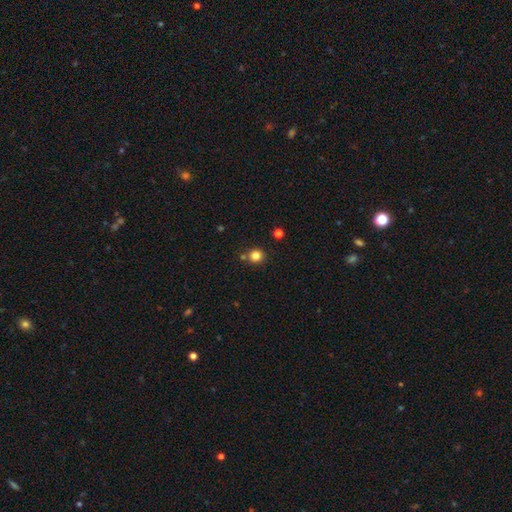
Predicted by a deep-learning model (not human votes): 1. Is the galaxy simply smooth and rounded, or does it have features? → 82% smooth, 13% star or artifact, 5% featured or disk.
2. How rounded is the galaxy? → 92% round, 8% in between, 1% cigar-shaped.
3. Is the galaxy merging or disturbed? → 79% none, 10% merger, 8% minor disturbance, 2% major disturbance.